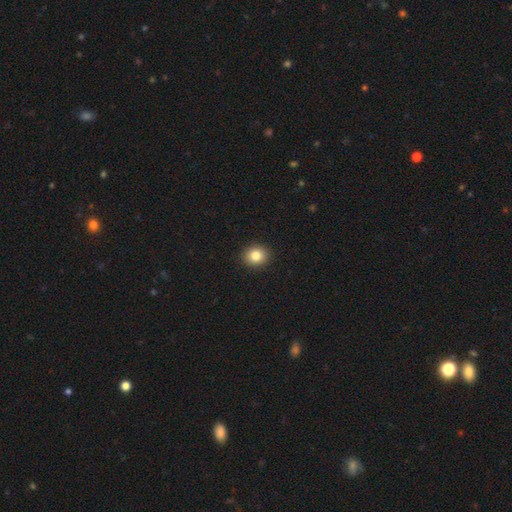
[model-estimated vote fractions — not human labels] Smooth or featured: smooth — 83% (star or artifact — 10%)
How rounded: round — 74% (in between — 25%)
Merging: none — 92% (minor disturbance — 6%)